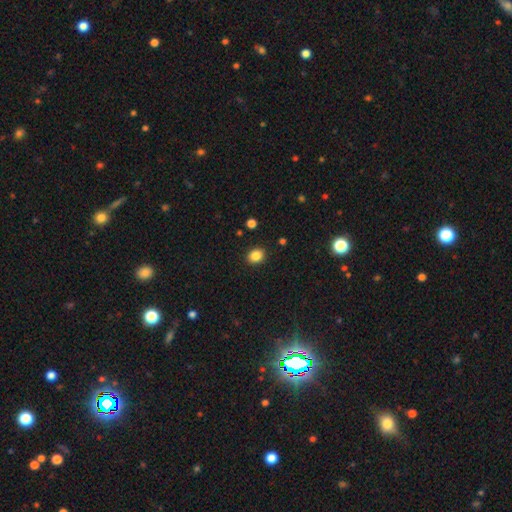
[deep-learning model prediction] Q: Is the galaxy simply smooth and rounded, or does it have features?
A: smooth — 85%.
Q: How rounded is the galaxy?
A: round — 56%.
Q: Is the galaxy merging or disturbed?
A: none — 90%.